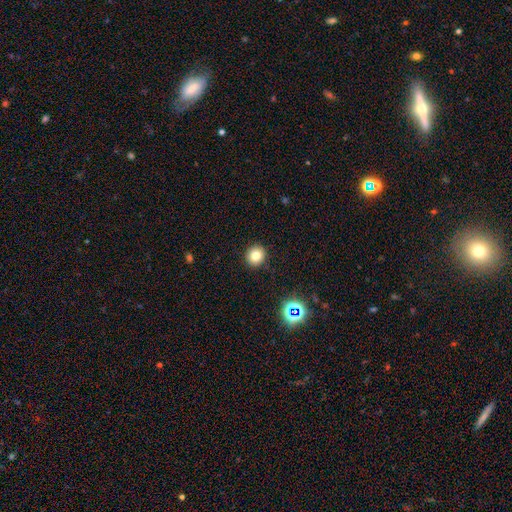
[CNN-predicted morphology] smooth-or-featured: smooth: 78% | star or artifact: 14% | featured or disk: 8%
  how-rounded: round: 88% | in between: 11% | cigar-shaped: 1%
  merging: none: 92% | minor disturbance: 5% | major disturbance: 2% | merger: 1%